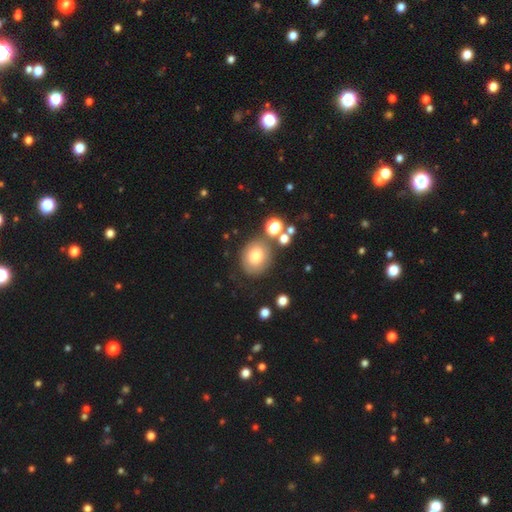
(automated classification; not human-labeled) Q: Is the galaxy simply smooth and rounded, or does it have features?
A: smooth — 73%.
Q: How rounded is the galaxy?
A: round — 71%.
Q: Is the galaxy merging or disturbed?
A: none — 72%.